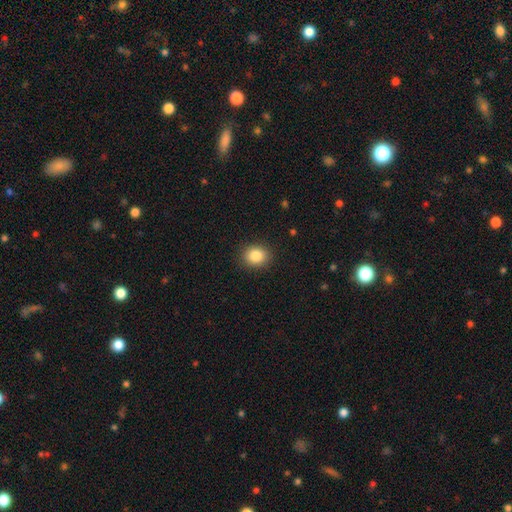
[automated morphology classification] smooth-or-featured: smooth: 85% | star or artifact: 10% | featured or disk: 5%
  how-rounded: round: 64% | in between: 36% | cigar-shaped: 1%
  merging: none: 89% | minor disturbance: 8% | major disturbance: 2% | merger: 1%